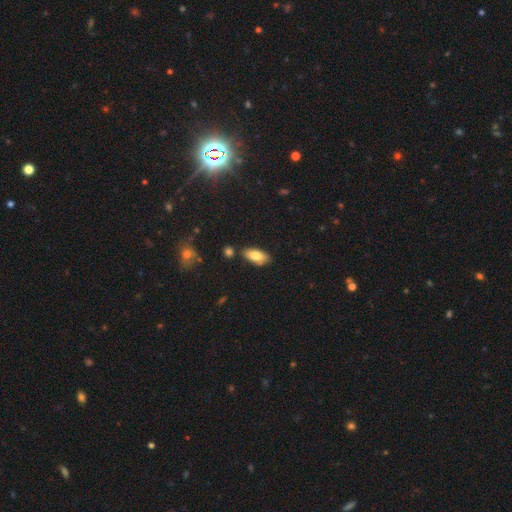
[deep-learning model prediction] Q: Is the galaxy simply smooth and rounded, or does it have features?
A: smooth — 79%.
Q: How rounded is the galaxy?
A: in between — 88%.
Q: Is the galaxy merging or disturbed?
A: none — 80%.